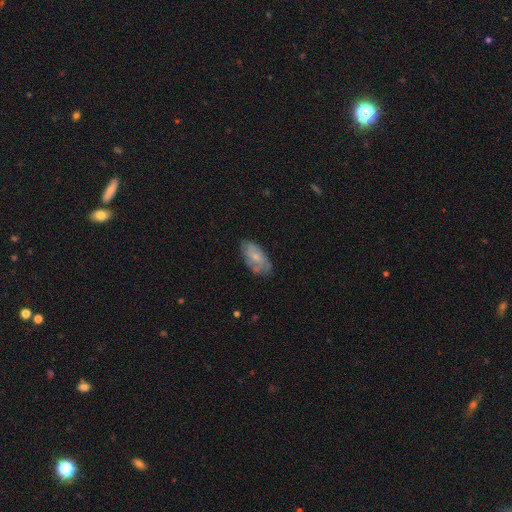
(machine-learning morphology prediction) Smooth or featured? Predicted: featured or disk (p=0.48). Merging? Predicted: none (p=0.68).